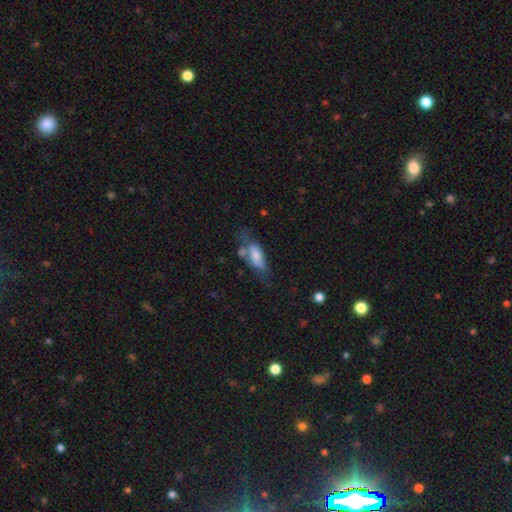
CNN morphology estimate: This is likely a smooth galaxy (65%). How rounded: likely in between (73%). Merging: marginally none (33%).